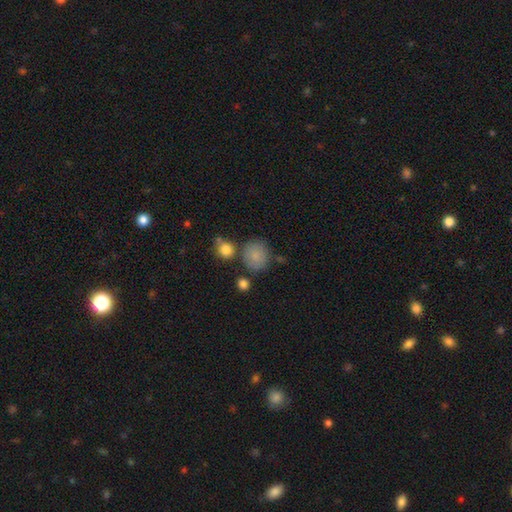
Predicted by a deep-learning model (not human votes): A smooth galaxy with no disk features (82%) that is round (79%). Merging: none (69%).